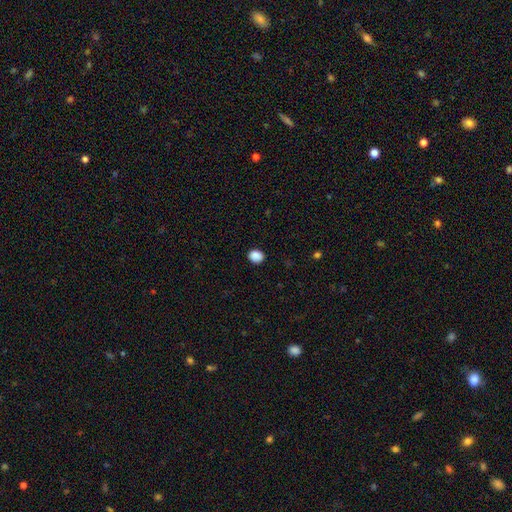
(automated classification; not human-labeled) A smooth galaxy with no disk features (88%) that is round (59%). Merging: none (89%).